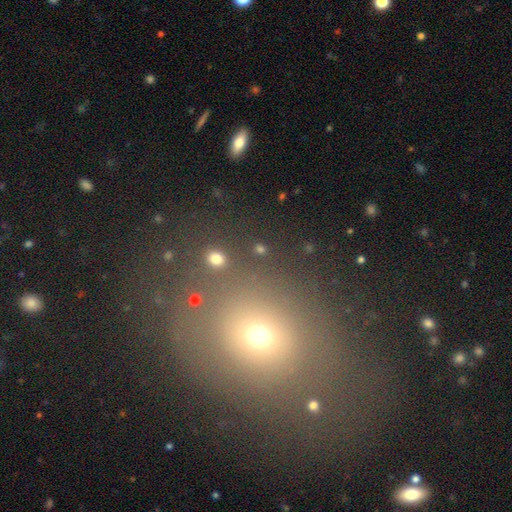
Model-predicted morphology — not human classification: smooth-or-featured: smooth: 56% | star or artifact: 29% | featured or disk: 15%
  how-rounded: round: 53% | in between: 45% | cigar-shaped: 2%
  merging: none: 73% | minor disturbance: 12% | major disturbance: 8% | merger: 6%